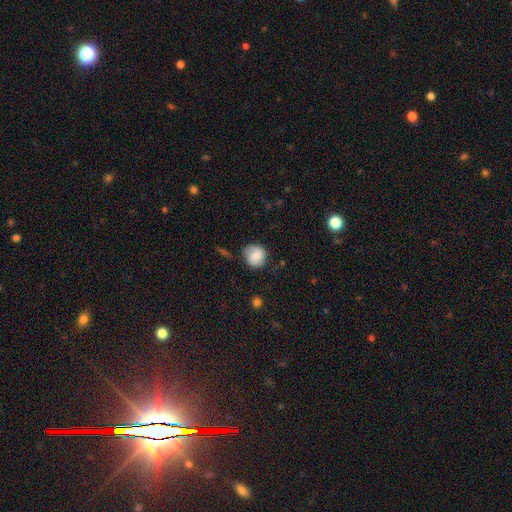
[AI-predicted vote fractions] A smooth galaxy with no disk features (81%) that is round (89%).

Vote fractions:
- Smooth or featured? smooth: 81% / featured or disk: 11% / star or artifact: 8%
- How rounded? round: 89% / in between: 10% / cigar-shaped: 1%
- Merging? none: 76% / minor disturbance: 17% / major disturbance: 5% / merger: 2%